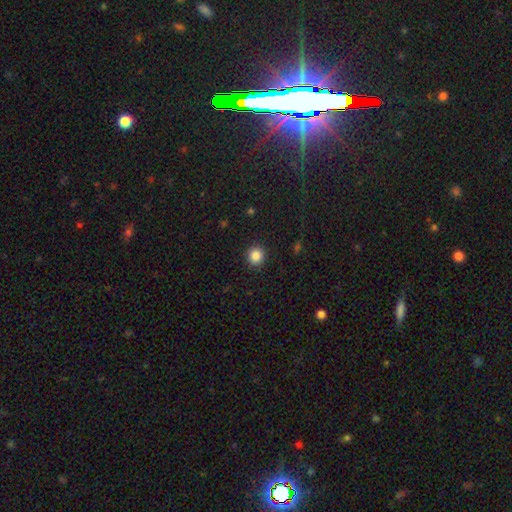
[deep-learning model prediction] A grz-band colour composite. It shows a smooth galaxy with no disk features (86%) that is round (91%). Merging: none (92%).